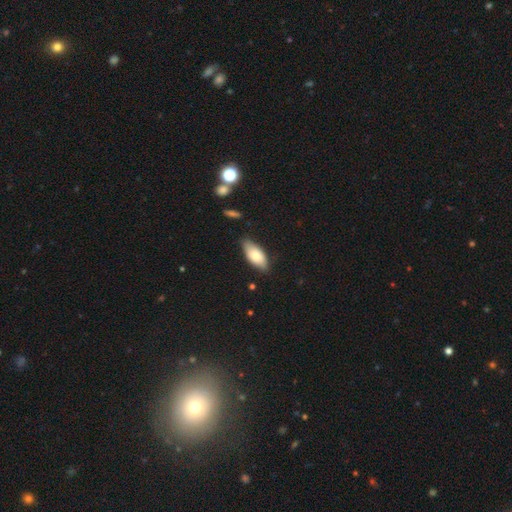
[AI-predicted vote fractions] smooth_or_featured: smooth (p=0.76) [alt: featured or disk p=0.18]
how_rounded: in between (p=0.87) [alt: cigar-shaped p=0.11]
merging: none (p=0.78) [alt: minor disturbance p=0.17]